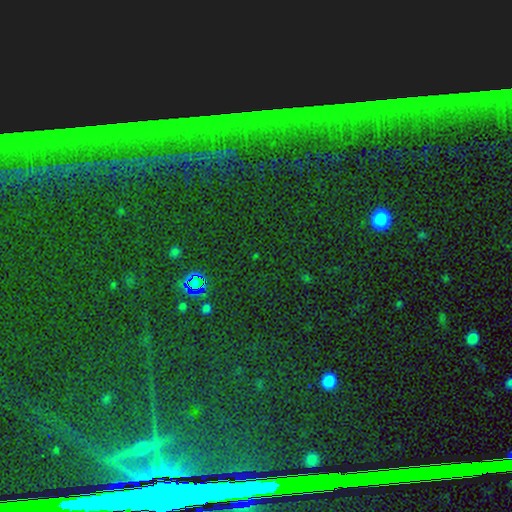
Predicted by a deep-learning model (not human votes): A star or artifact, not a galaxy (78%).